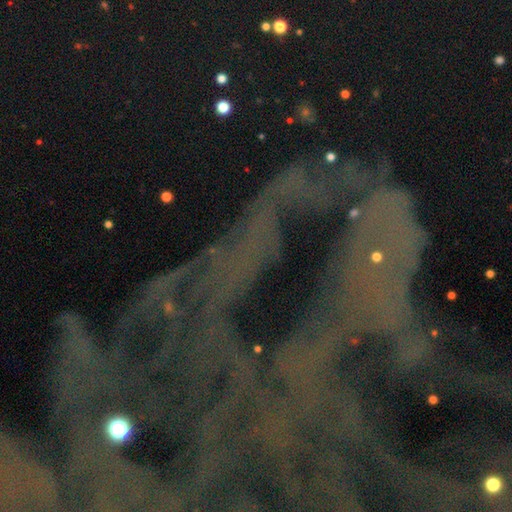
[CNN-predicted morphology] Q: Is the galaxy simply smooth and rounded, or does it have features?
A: star or artifact — 80%.